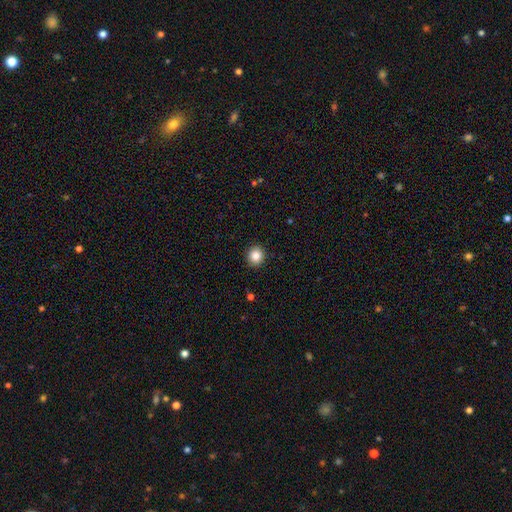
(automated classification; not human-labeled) smooth_or_featured: smooth (p=0.85) [alt: star or artifact p=0.10]
how_rounded: round (p=0.86) [alt: in between p=0.13]
merging: none (p=0.92) [alt: minor disturbance p=0.05]